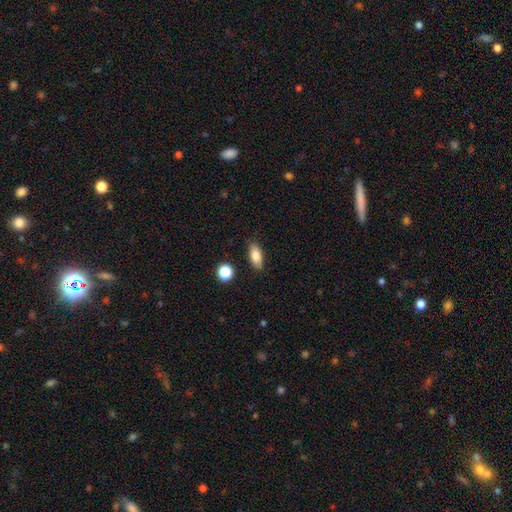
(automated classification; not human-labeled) smooth-or-featured: smooth: 83% | featured or disk: 9% | star or artifact: 8%
  how-rounded: in between: 80% | cigar-shaped: 15% | round: 5%
  merging: none: 86% | minor disturbance: 10% | major disturbance: 2% | merger: 2%